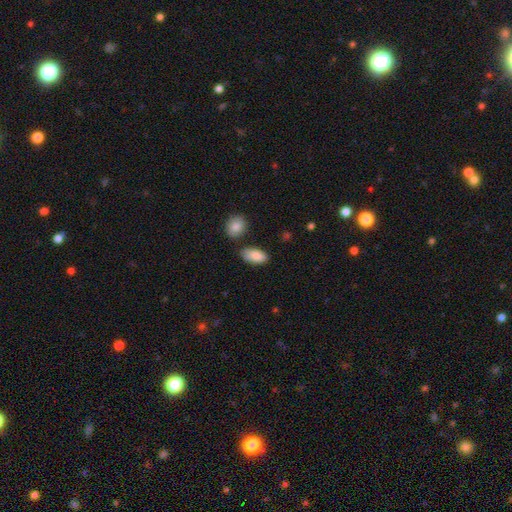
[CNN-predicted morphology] Q: Smooth or featured?
A: smooth (87%); runner-up: featured or disk (7%)
Q: How rounded?
A: in between (93%); runner-up: cigar-shaped (4%)
Q: Merging?
A: none (69%); runner-up: minor disturbance (21%)